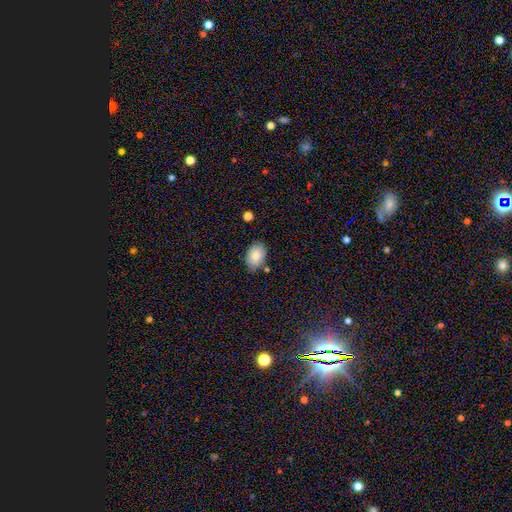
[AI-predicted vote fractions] smooth_or_featured: smooth (p=0.84) [alt: featured or disk p=0.08]
how_rounded: in between (p=0.86) [alt: round p=0.13]
merging: none (p=0.78) [alt: minor disturbance p=0.16]